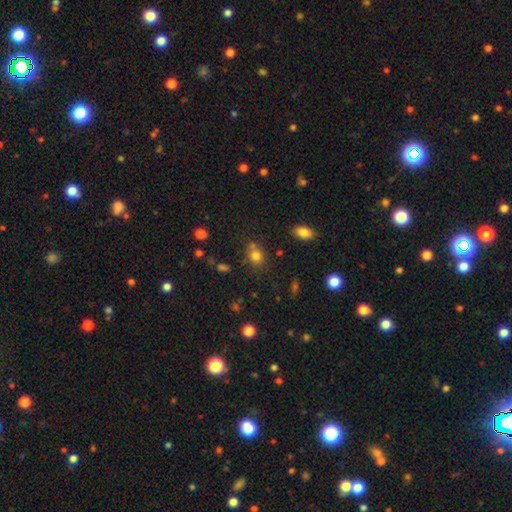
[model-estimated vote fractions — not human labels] A smooth galaxy with no disk features (77%) that is round (58%). Merging: none (58%).